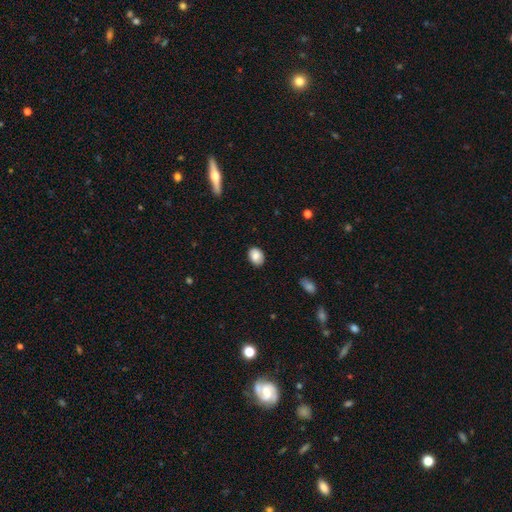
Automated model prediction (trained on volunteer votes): smooth_or_featured: smooth (p=0.86) [alt: star or artifact p=0.07]
how_rounded: in between (p=0.71) [alt: round p=0.28]
merging: none (p=0.85) [alt: minor disturbance p=0.12]